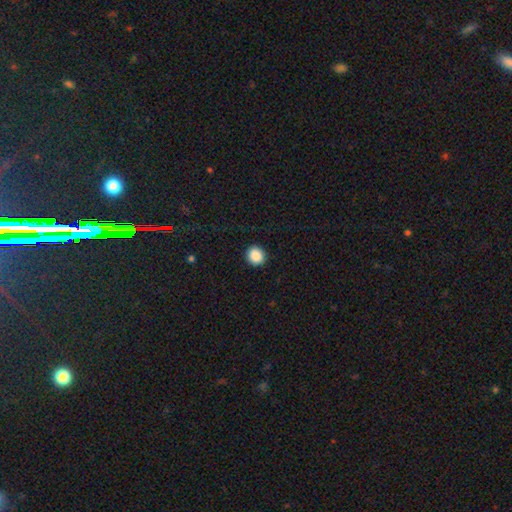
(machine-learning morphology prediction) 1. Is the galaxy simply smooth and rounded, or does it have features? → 89% smooth, 9% star or artifact, 3% featured or disk.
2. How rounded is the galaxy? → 85% round, 14% in between, 1% cigar-shaped.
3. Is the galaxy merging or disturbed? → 92% none, 6% minor disturbance, 2% major disturbance, 1% merger.